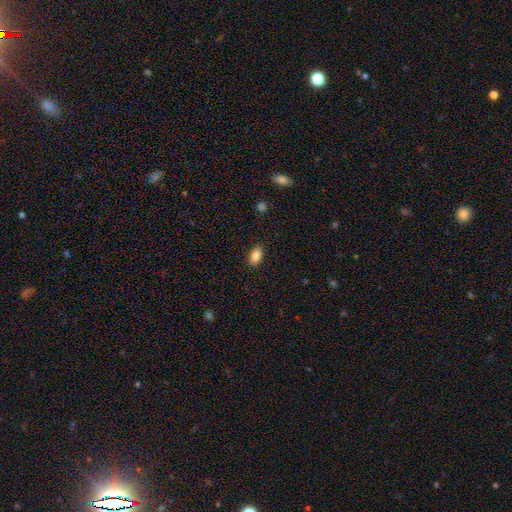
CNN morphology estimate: The model was most divided on "smooth or featured": smooth: 87%, star or artifact: 8%, featured or disk: 5%. More confident: how rounded — in between (90%); merging — none (88%).